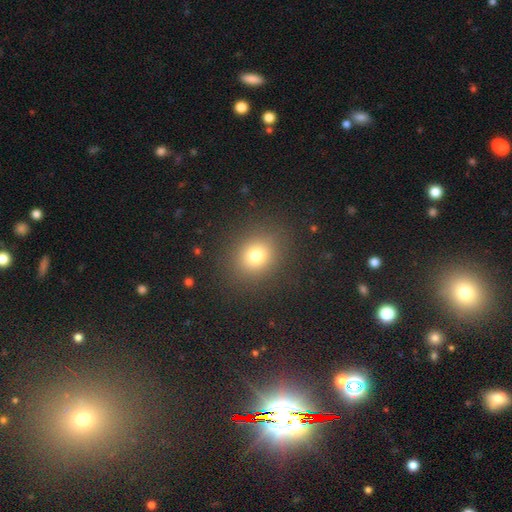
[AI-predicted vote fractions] Smooth or featured? smooth (75%)
How rounded? round (75%)
Merging? none (87%)